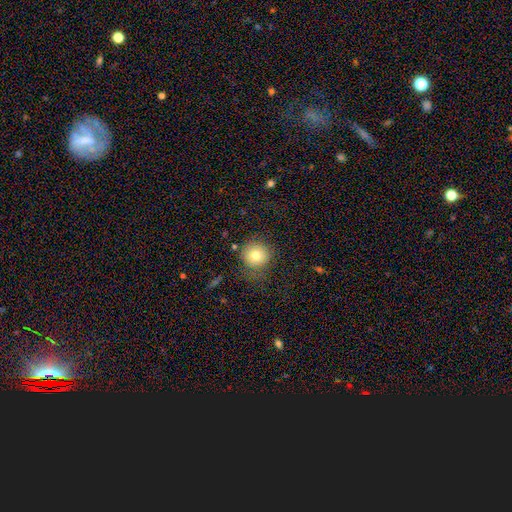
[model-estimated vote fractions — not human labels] Overall: smooth (75%). How rounded: round (93%). Merging: none (73%).